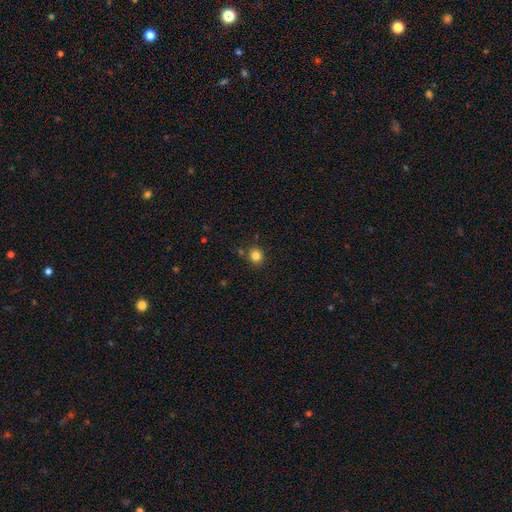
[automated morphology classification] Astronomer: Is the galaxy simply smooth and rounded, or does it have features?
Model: smooth — 83%.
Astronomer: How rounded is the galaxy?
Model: round — 81%.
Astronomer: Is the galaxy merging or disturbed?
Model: none — 83%.